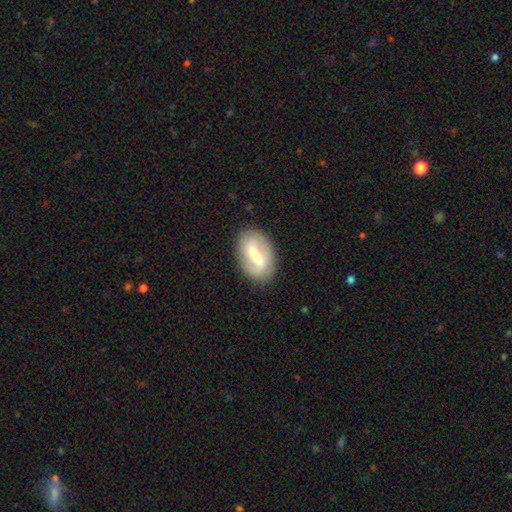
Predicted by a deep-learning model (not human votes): featured or disk 58%, smooth 35%, star or artifact 6%. Down the decision tree: edge-on disk — no (91%); bar — strong (49%); spiral arms — yes (52%); bulge size — moderate (55%); merging — none (86%).